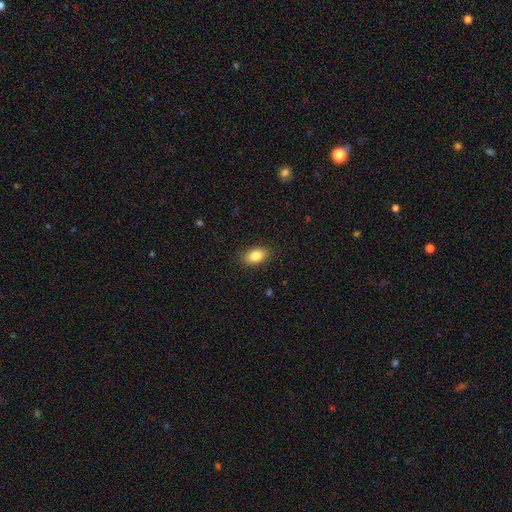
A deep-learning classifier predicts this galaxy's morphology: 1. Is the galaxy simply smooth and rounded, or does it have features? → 84% smooth, 8% featured or disk, 8% star or artifact.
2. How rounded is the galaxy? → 90% in between, 8% round, 2% cigar-shaped.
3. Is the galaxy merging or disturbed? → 88% none, 9% minor disturbance, 2% major disturbance, 1% merger.